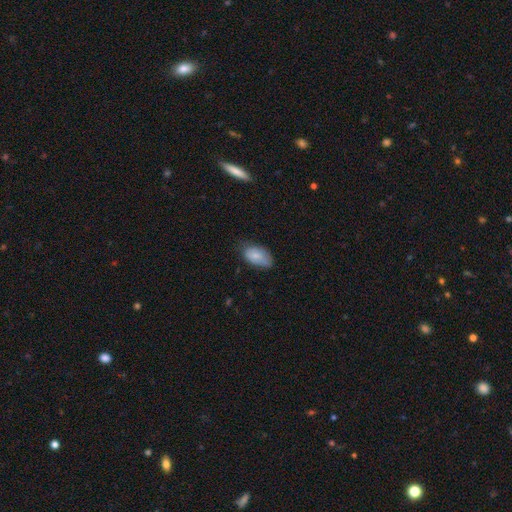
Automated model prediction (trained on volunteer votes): A smooth galaxy with no disk features (79%) that is in between round and cigar-shaped (94%).

Vote fractions:
- Smooth or featured? smooth: 79% / featured or disk: 14% / star or artifact: 7%
- How rounded? in between: 94% / round: 5% / cigar-shaped: 2%
- Merging? none: 59% / minor disturbance: 32% / major disturbance: 7% / merger: 1%